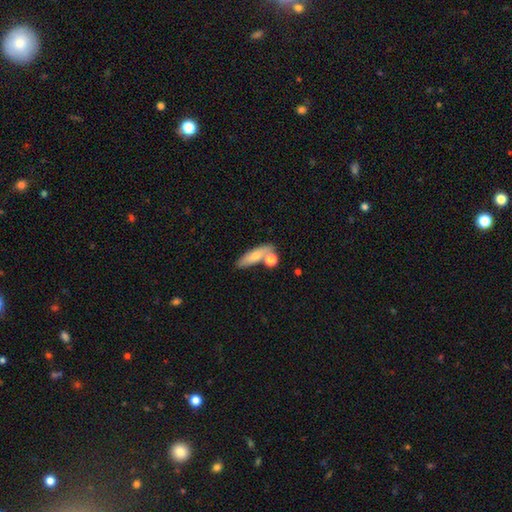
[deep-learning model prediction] Smooth or featured: smooth — 73% (featured or disk — 19%)
How rounded: cigar-shaped — 47% (in between — 46%)
Merging: none — 60% (merger — 20%)